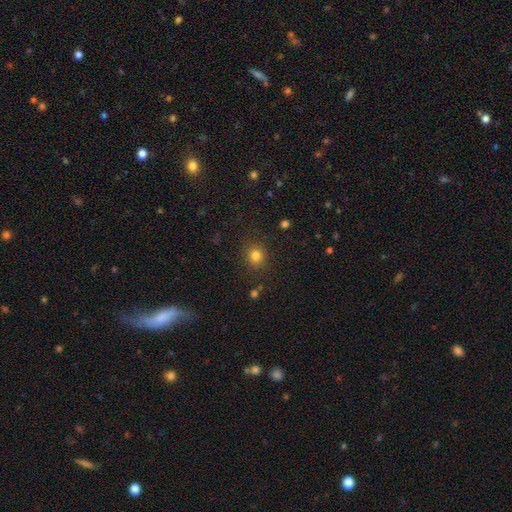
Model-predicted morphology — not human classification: Smooth or featured? Predicted: smooth (p=0.81). How rounded? Predicted: round (p=0.82). Merging? Predicted: none (p=0.86).